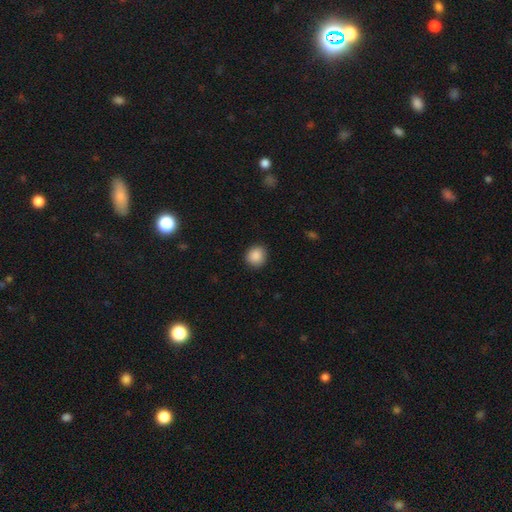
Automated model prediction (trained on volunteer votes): Q: Smooth or featured?
A: smooth (89%); runner-up: star or artifact (8%)
Q: How rounded?
A: round (89%); runner-up: in between (11%)
Q: Merging?
A: none (90%); runner-up: minor disturbance (7%)